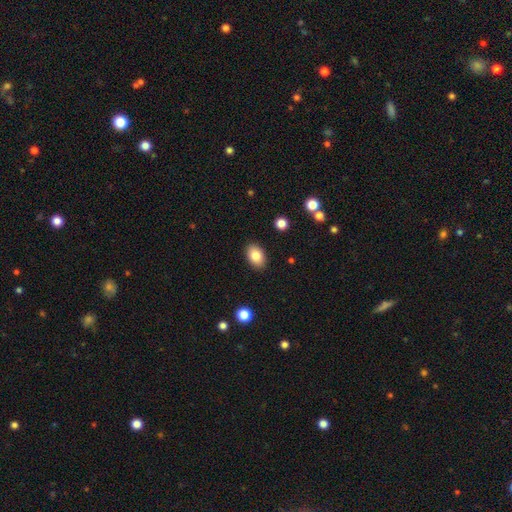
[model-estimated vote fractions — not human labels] Overall: smooth (83%). How rounded: in between (87%). Merging: none (89%).